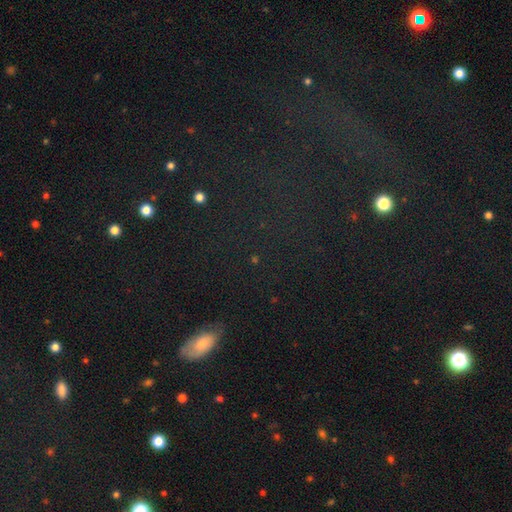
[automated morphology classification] Q: Smooth or featured?
A: star or artifact (47%); runner-up: smooth (38%)